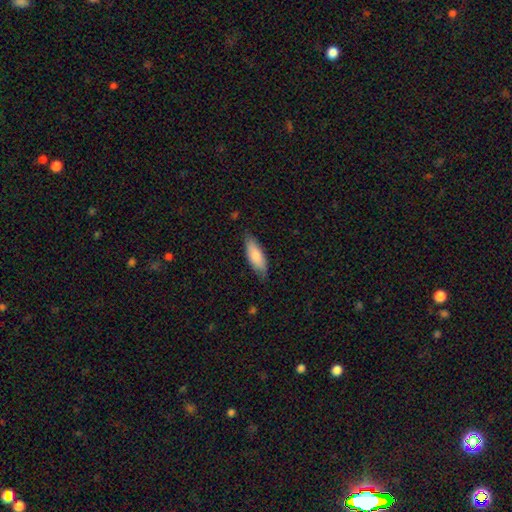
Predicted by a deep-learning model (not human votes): A smooth galaxy with no disk features (79%) that is in between round and cigar-shaped (69%).

Vote fractions:
- Smooth or featured? smooth: 79% / featured or disk: 15% / star or artifact: 5%
- How rounded? in between: 69% / cigar-shaped: 30% / round: 2%
- Merging? none: 78% / minor disturbance: 19% / major disturbance: 3% / merger: 1%